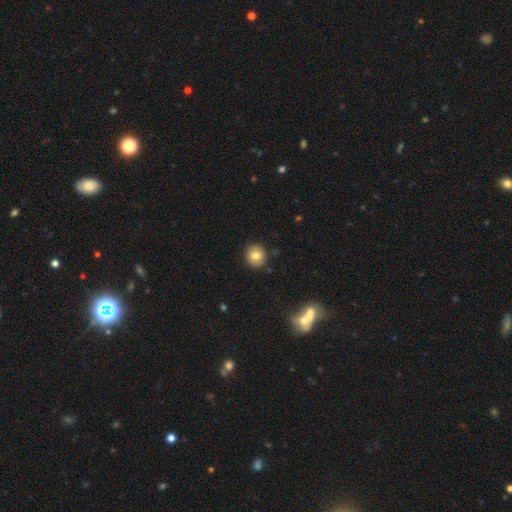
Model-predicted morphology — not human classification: type=smooth (77%); roundness=round (85%); merging=none (88%).